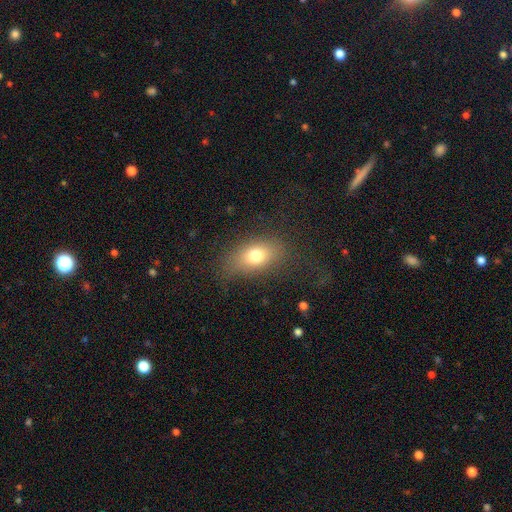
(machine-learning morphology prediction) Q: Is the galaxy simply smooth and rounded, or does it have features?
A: smooth — 74%.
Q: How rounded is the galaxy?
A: in between — 82%.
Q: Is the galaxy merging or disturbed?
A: none — 74%.